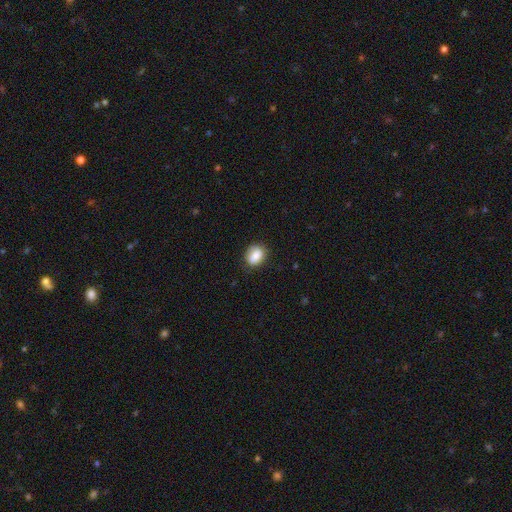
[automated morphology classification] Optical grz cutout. It shows a smooth galaxy with no disk features (82%) that is in between round and cigar-shaped (61%). Merging: none (76%).